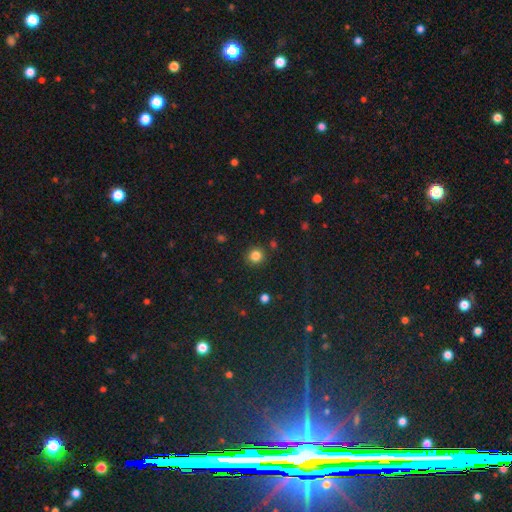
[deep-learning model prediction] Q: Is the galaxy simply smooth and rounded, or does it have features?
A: smooth — 83%.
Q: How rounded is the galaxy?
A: round — 92%.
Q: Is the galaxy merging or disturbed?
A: none — 88%.